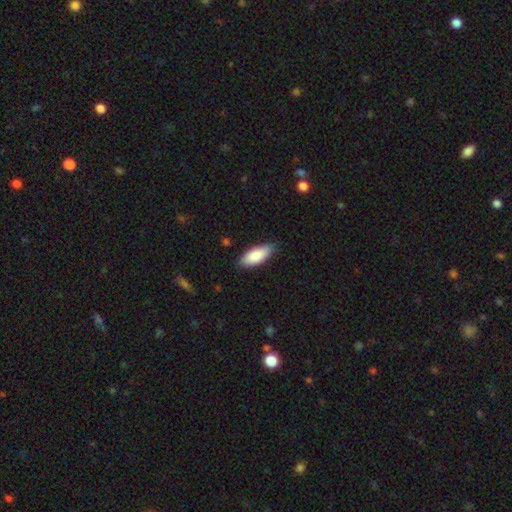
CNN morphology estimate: smooth_or_featured: smooth (p=0.86) [alt: featured or disk p=0.08]
how_rounded: in between (p=0.81) [alt: cigar-shaped p=0.17]
merging: none (p=0.83) [alt: minor disturbance p=0.14]